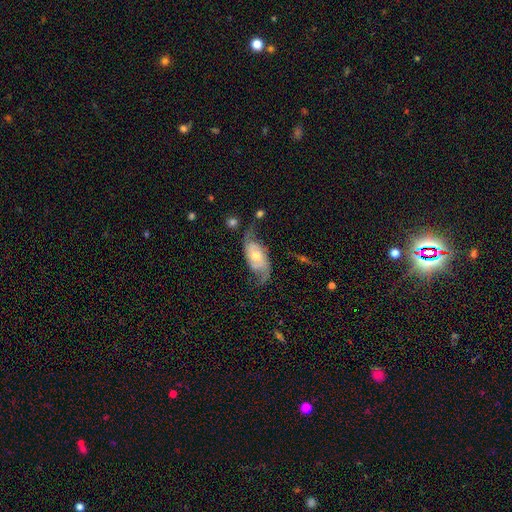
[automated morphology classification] A featured or disk galaxy (82%) with no bar (65%), 2 (90%) loose (52%) spiral arms (94%) and a moderate central bulge (56%).

Vote fractions:
- Smooth or featured? featured or disk: 82% / smooth: 11% / star or artifact: 6%
- Edge-on disk? no: 95% / yes: 5%
- Bar? no: 65% / weak: 26% / strong: 8%
- Spiral arms? yes: 94% / no: 6%
- Spiral winding? loose: 52% / medium: 33% / tight: 14%
- Spiral arm count? 2: 90% / can't tell: 4% / 1: 2% / 3: 1% / 4: 1% / more than 4: 1%
- Bulge size? moderate: 56% / small: 35% / large: 5% / none: 2% / dominant: 1%
- Merging? none: 62% / minor disturbance: 20% / major disturbance: 15% / merger: 4%